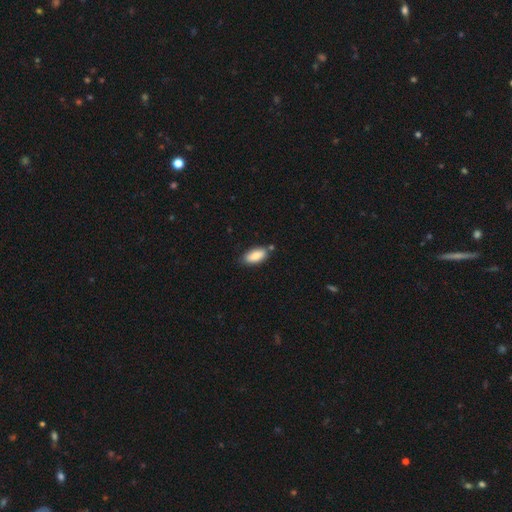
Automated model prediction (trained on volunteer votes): Overall: smooth (86%). How rounded: in between (89%). Merging: none (75%).